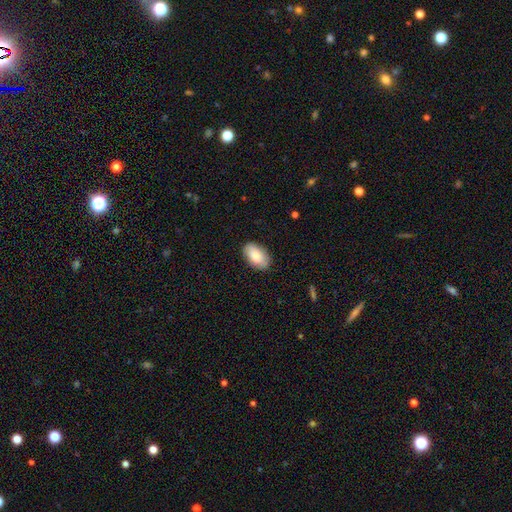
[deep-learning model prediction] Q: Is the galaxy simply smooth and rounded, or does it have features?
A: smooth — 82%.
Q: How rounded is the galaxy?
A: in between — 94%.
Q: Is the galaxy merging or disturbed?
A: none — 86%.